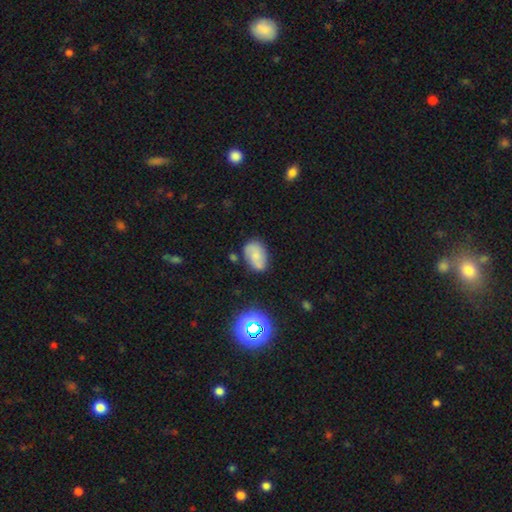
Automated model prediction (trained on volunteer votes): Morphology: type=smooth (52%); roundness=in between (84%); merging=none (62%).